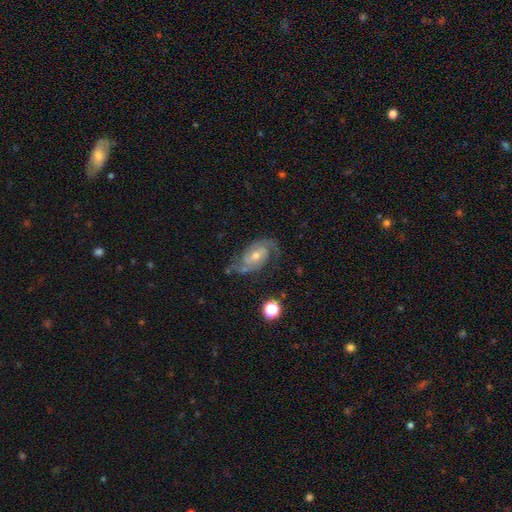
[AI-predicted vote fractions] A featured or disk galaxy (87%) with a weak bar (44%), 2 (87%) medium (52%) spiral arms (97%) and a moderate central bulge (53%). Merging: none (72%).